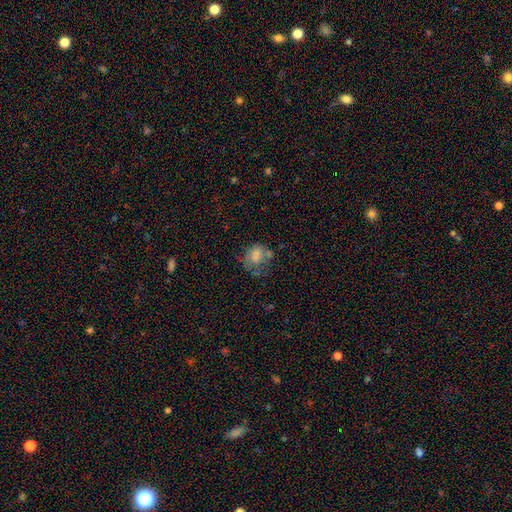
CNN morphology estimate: Smooth or featured: smooth — 64% (featured or disk — 24%)
How rounded: in between — 50% (round — 48%)
Merging: none — 36% (major disturbance — 27%)